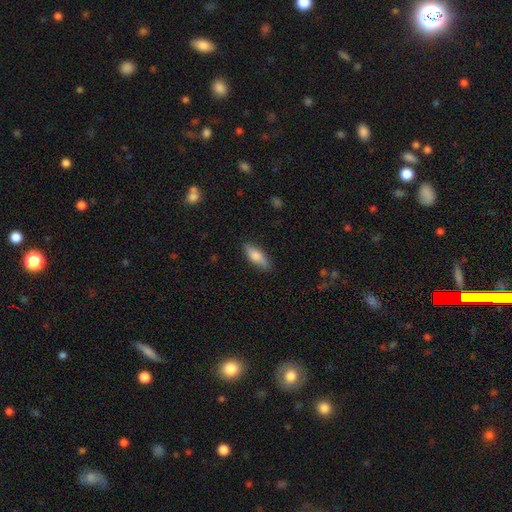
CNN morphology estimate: This appears to be a smooth galaxy with no disk features (80%) that is in between round and cigar-shaped (67%). Merging: none (86%).